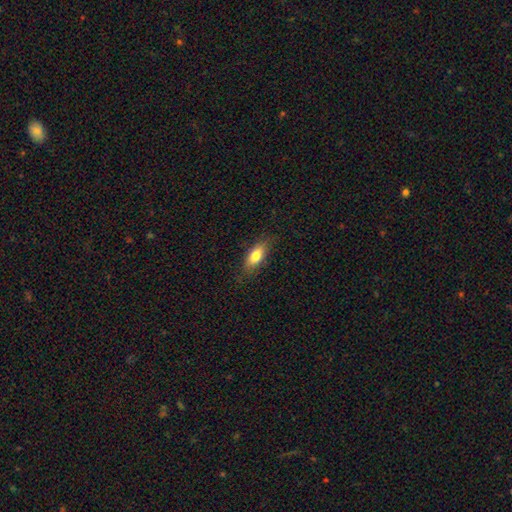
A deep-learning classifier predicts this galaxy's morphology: Smooth or featured?
  - smooth: 77% *
  - featured or disk: 16%
  - star or artifact: 7%
How rounded?
  - in between: 78% *
  - cigar-shaped: 19%
  - round: 4%
Merging?
  - none: 80% *
  - minor disturbance: 15%
  - major disturbance: 4%
  - merger: 1%